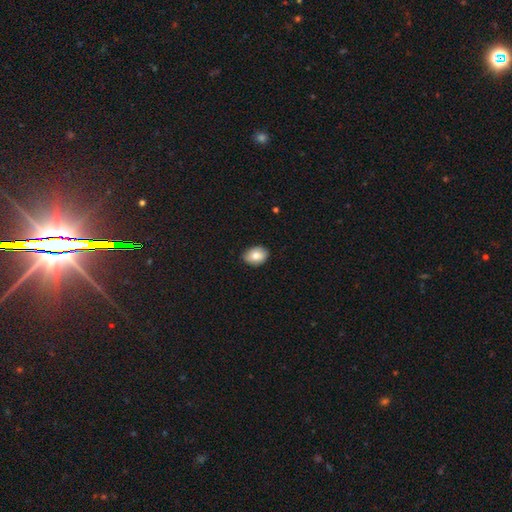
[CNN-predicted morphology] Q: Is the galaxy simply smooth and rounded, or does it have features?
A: smooth — 78%.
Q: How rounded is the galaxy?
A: in between — 70%.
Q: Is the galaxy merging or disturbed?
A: none — 83%.